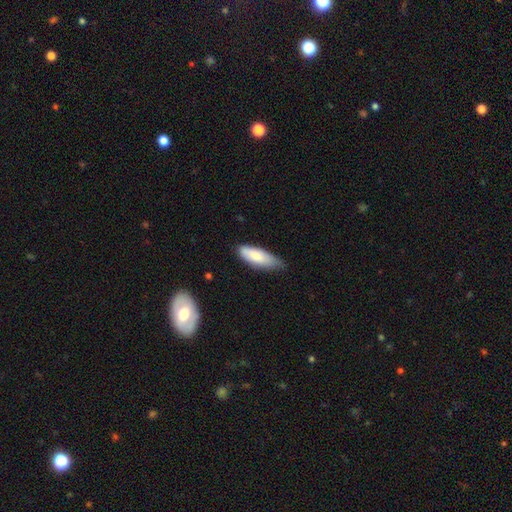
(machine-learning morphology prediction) Smooth or featured? smooth (79%)
How rounded? in between (65%)
Merging? none (51%)